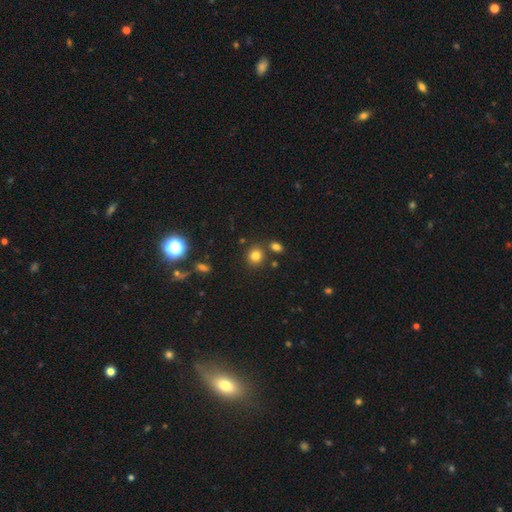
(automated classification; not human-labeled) Q: Smooth or featured?
A: smooth (80%); runner-up: star or artifact (13%)
Q: How rounded?
A: round (79%); runner-up: in between (20%)
Q: Merging?
A: none (77%); runner-up: merger (11%)